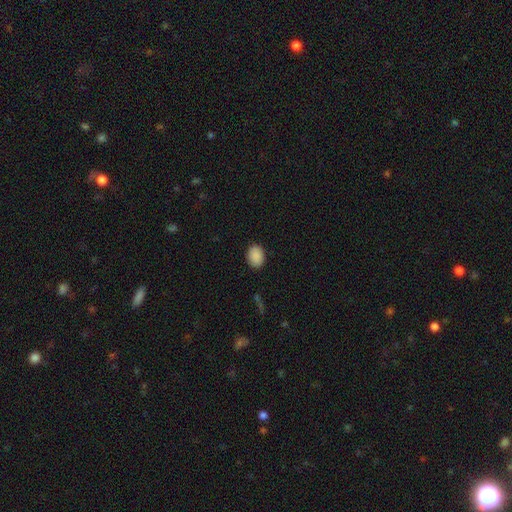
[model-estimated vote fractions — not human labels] smooth 90%, star or artifact 7%, featured or disk 3%. Down the decision tree: how rounded — in between (73%); merging — none (88%).